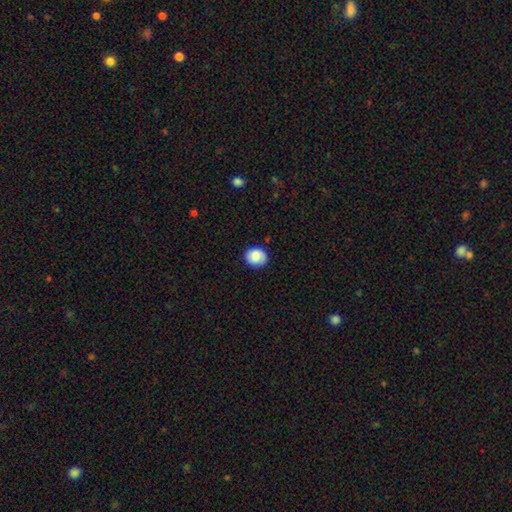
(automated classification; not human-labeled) Smooth or featured?
  - smooth: 81% *
  - featured or disk: 11%
  - star or artifact: 8%
How rounded?
  - round: 74% *
  - in between: 25%
  - cigar-shaped: 1%
Merging?
  - none: 83% *
  - minor disturbance: 13%
  - major disturbance: 3%
  - merger: 1%